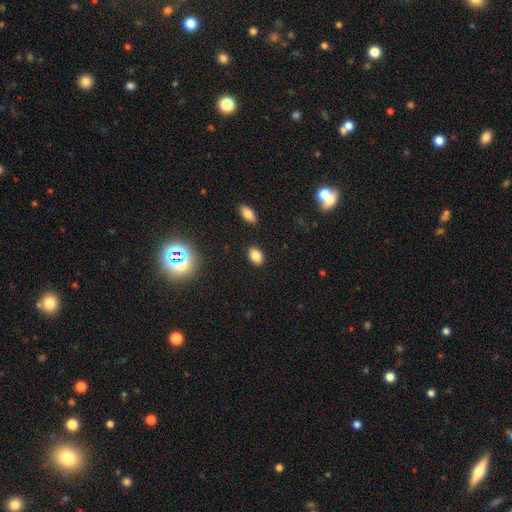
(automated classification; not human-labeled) The model was most divided on "how rounded": in between: 78%, round: 20%, cigar-shaped: 1%. More confident: merging — none (87%); smooth or featured — smooth (82%).